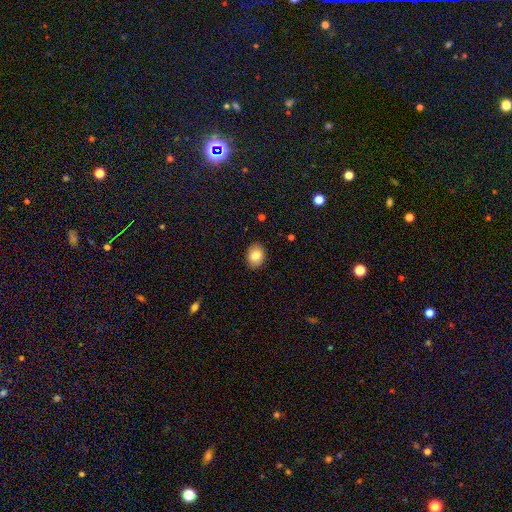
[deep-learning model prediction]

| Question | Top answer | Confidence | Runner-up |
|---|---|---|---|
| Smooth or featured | smooth | 83% | featured or disk (9%) |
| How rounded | in between | 63% | round (36%) |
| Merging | none | 89% | minor disturbance (9%) |